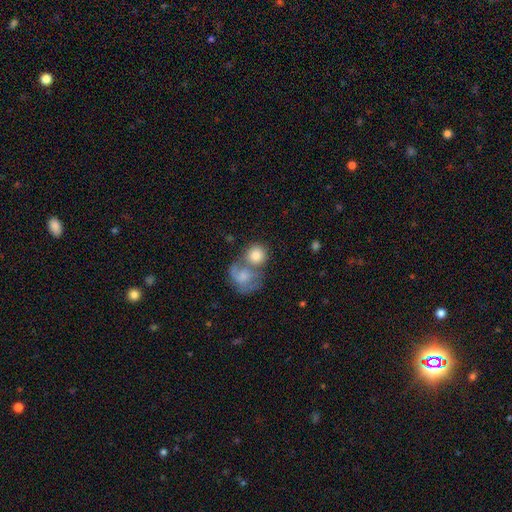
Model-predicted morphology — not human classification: This is likely a smooth galaxy (78%). How rounded: likely round (79%). Merging: possibly merger (55%).